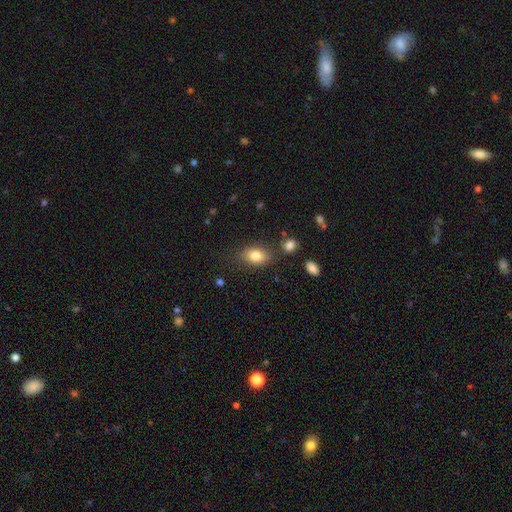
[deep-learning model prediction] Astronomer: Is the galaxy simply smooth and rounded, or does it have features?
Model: smooth — 81%.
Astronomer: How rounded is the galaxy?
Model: in between — 85%.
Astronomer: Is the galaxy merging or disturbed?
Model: none — 77%.